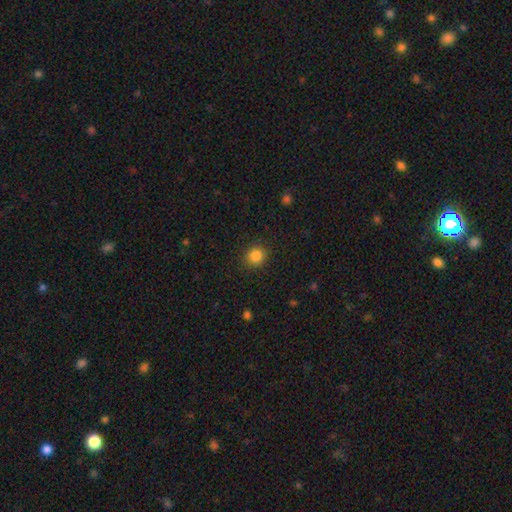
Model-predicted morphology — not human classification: Q: Smooth or featured?
A: smooth (85%); runner-up: star or artifact (11%)
Q: How rounded?
A: round (86%); runner-up: in between (13%)
Q: Merging?
A: none (89%); runner-up: minor disturbance (8%)